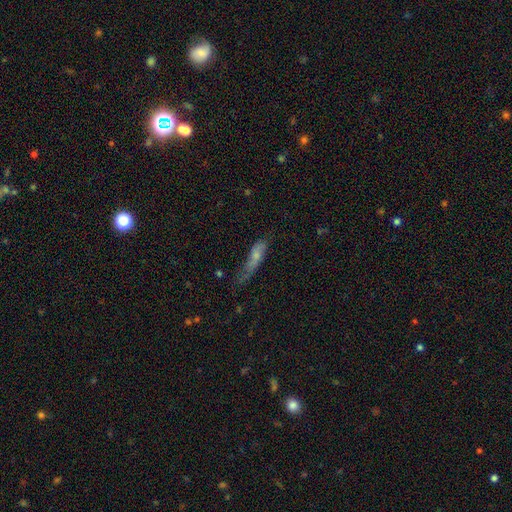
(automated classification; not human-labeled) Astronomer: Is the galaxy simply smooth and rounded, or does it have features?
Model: smooth — 57% (runner-up: featured or disk, 34%).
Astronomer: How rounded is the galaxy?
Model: cigar-shaped — 64%.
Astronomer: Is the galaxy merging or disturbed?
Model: none — 36% (runner-up: minor disturbance, 34%).